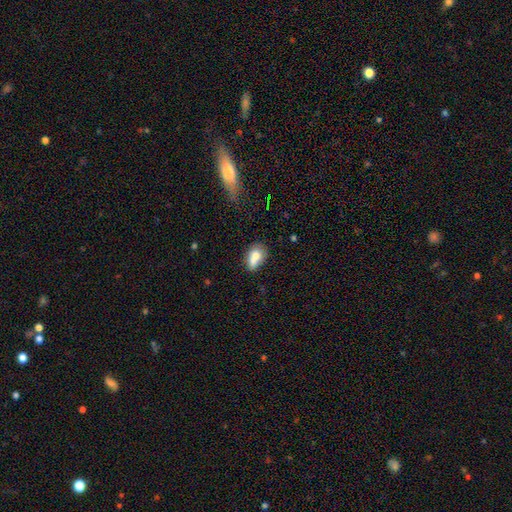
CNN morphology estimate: Smooth or featured: smooth — 71% (featured or disk — 19%)
How rounded: in between — 77% (round — 21%)
Merging: none — 36% (merger — 34%)